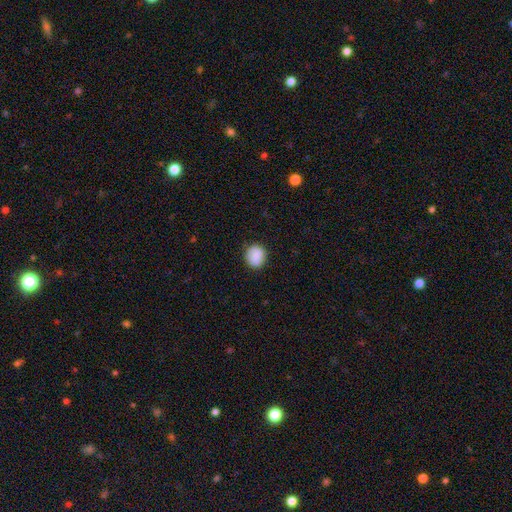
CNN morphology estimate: The model was most divided on "how rounded": round: 78%, in between: 21%, cigar-shaped: 1%. More confident: merging — none (86%); smooth or featured — smooth (86%).